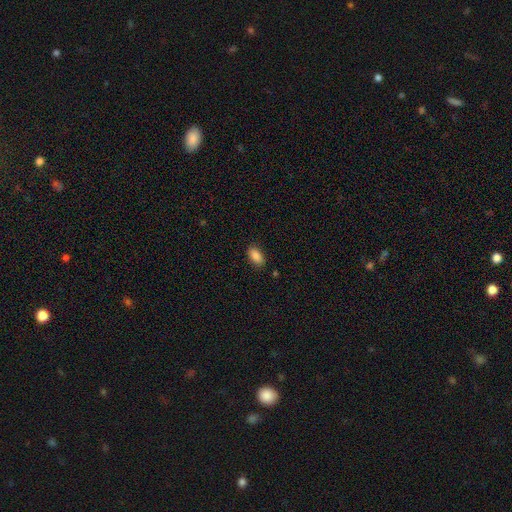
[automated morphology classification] smooth 87%, star or artifact 8%, featured or disk 6%. Down the decision tree: how rounded — in between (91%); merging — none (86%).